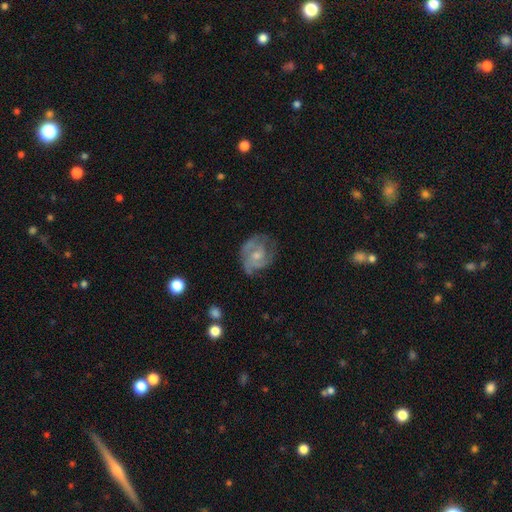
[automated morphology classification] Smooth or featured: featured or disk — 72% (smooth — 21%)
Edge-on disk: no — 98% (yes — 2%)
Bar: no — 71% (weak — 26%)
Spiral arms: yes — 84% (no — 16%)
Spiral winding: tight — 44% (medium — 42%)
Spiral arm count: can't tell — 30% (3 — 29%)
Bulge size: small — 50% (moderate — 41%)
Merging: none — 58% (minor disturbance — 25%)